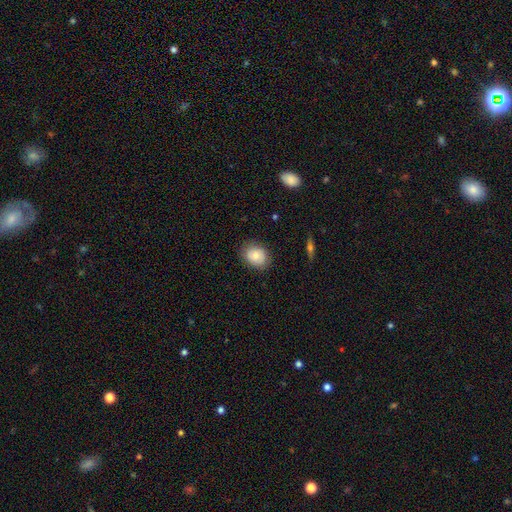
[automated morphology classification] A smooth galaxy with no disk features (76%) that is in between round and cigar-shaped (54%). Merging: none (81%).